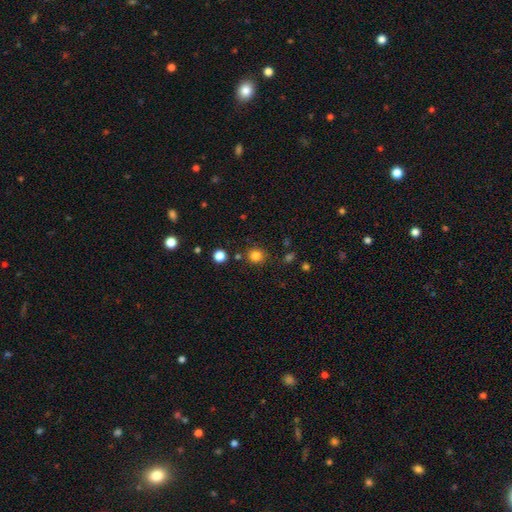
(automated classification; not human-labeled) Morphology: type=smooth (82%); roundness=round (88%); merging=none (84%).